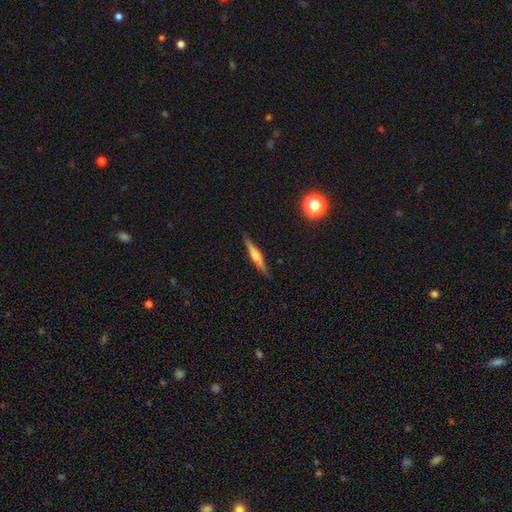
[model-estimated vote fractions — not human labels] This appears to be a featured or disk galaxy (52%) viewed edge-on (95%). Merging: none (85%).